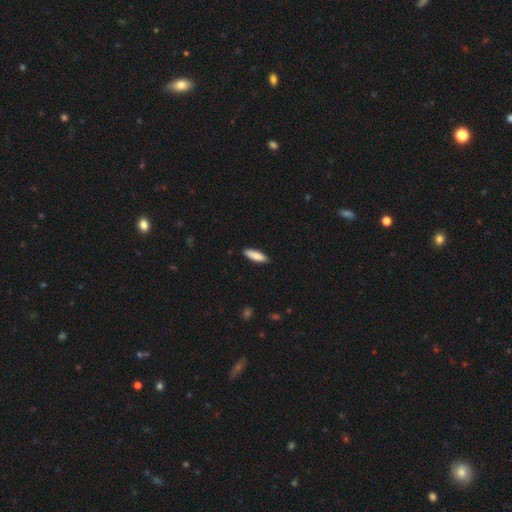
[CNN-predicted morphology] smooth-or-featured: smooth: 86% | featured or disk: 8% | star or artifact: 5%
  how-rounded: cigar-shaped: 54% | in between: 44% | round: 2%
  merging: none: 89% | minor disturbance: 8% | major disturbance: 2% | merger: 1%